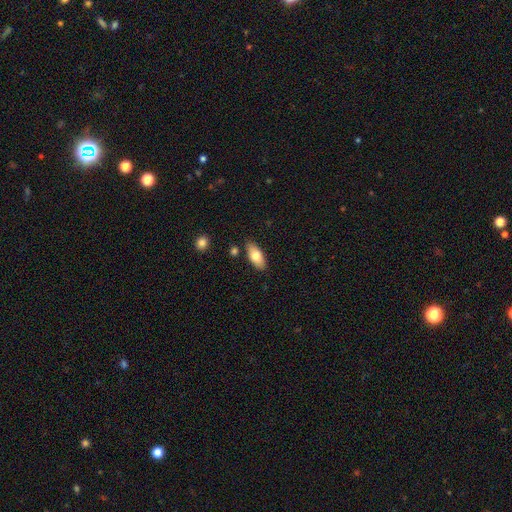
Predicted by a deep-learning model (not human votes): Smooth or featured: smooth — 73% (featured or disk — 21%)
How rounded: in between — 87% (cigar-shaped — 11%)
Merging: none — 84% (minor disturbance — 11%)